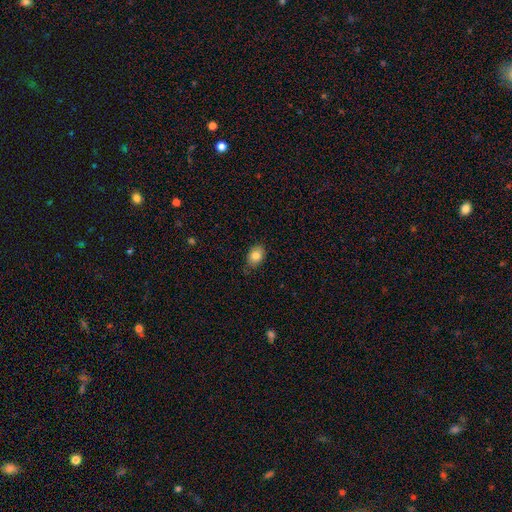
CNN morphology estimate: smooth-or-featured: smooth: 83% | featured or disk: 8% | star or artifact: 8%
  how-rounded: in between: 79% | round: 20% | cigar-shaped: 1%
  merging: none: 82% | minor disturbance: 15% | major disturbance: 2% | merger: 1%